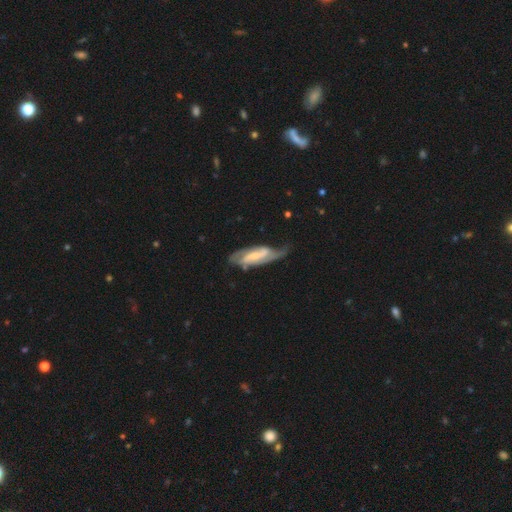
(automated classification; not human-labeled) smooth-or-featured: featured or disk: 83% | smooth: 12% | star or artifact: 5%
  disk-edge-on: no: 91% | yes: 9%
    bar: weak: 43% | strong: 33% | no: 24%
    has-spiral-arms: yes: 95% | no: 5%
      spiral-winding: medium: 46% | tight: 31% | loose: 22%
      spiral-arm-count: 2: 78% | can't tell: 10% | 3: 5% | 1: 4% | 4: 1% | more than 4: 1%
    bulge-size: small: 53% | moderate: 35% | none: 8% | large: 3% | dominant: 1%
  merging: none: 57% | minor disturbance: 26% | major disturbance: 14% | merger: 3%